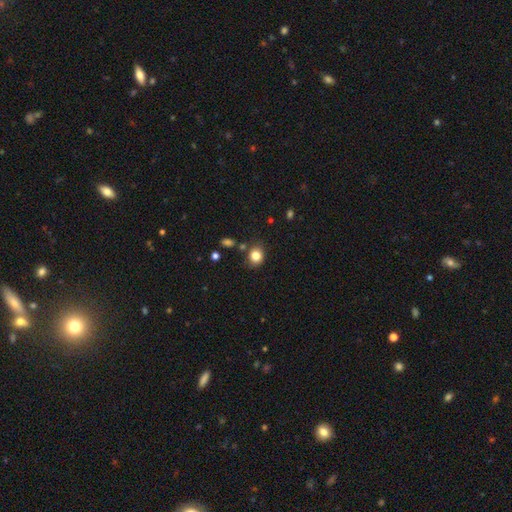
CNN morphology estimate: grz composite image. It shows a smooth galaxy with no disk features (83%) that is round (70%). Merging: none (79%).